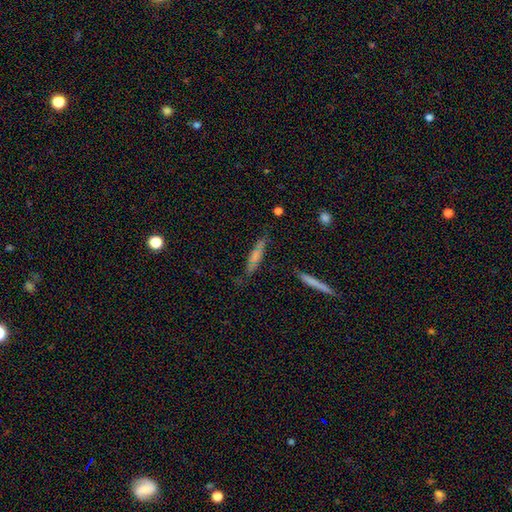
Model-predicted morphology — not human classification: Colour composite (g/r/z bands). It shows a smooth galaxy with no disk features (60%) that is cigar-shaped (86%). Merging: none (73%).